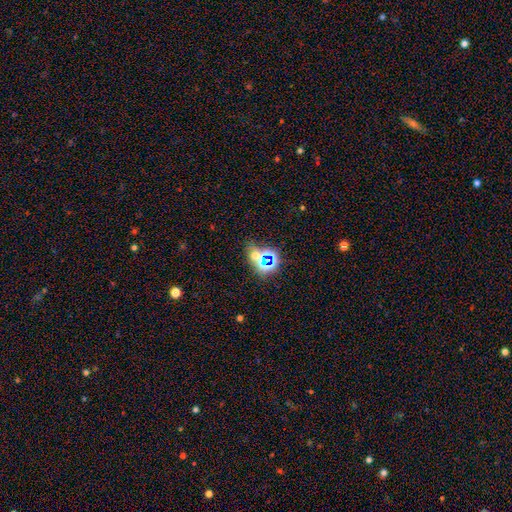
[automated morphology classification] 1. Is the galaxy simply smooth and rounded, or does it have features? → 54% star or artifact, 33% smooth, 12% featured or disk.